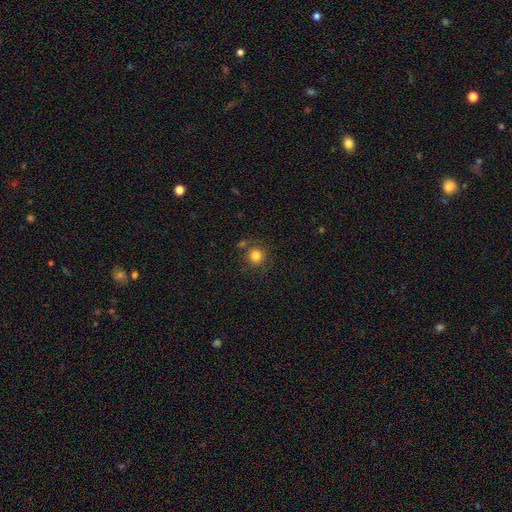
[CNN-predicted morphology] smooth-or-featured: smooth: 81% | star or artifact: 12% | featured or disk: 7%
  how-rounded: round: 93% | in between: 6% | cigar-shaped: 1%
  merging: none: 77% | minor disturbance: 10% | merger: 9% | major disturbance: 4%